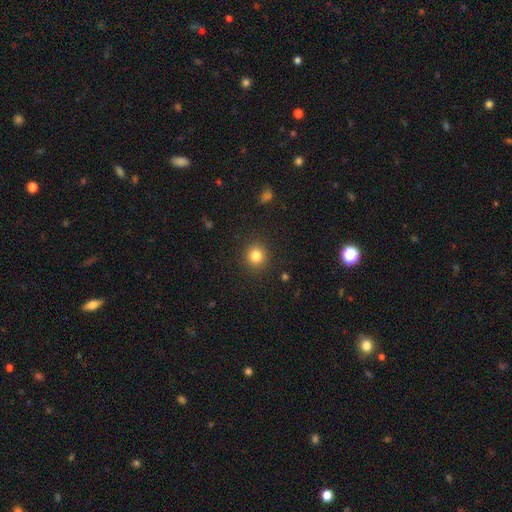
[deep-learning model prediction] smooth-or-featured: smooth: 82% | star or artifact: 12% | featured or disk: 6%
  how-rounded: round: 90% | in between: 9% | cigar-shaped: 1%
  merging: none: 90% | minor disturbance: 6% | major disturbance: 2% | merger: 1%